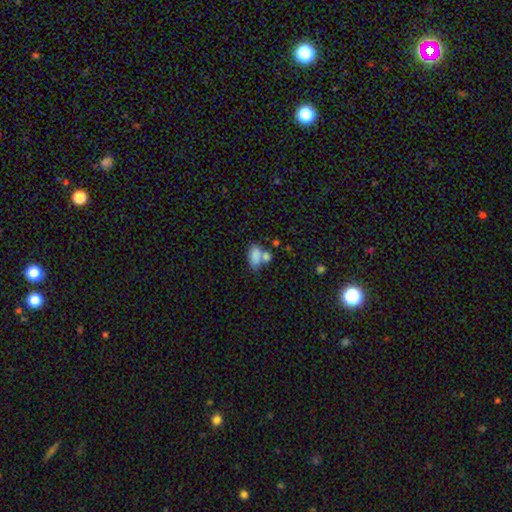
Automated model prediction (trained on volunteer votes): Smooth or featured? smooth (81%)
How rounded? in between (89%)
Merging? merger (43%)